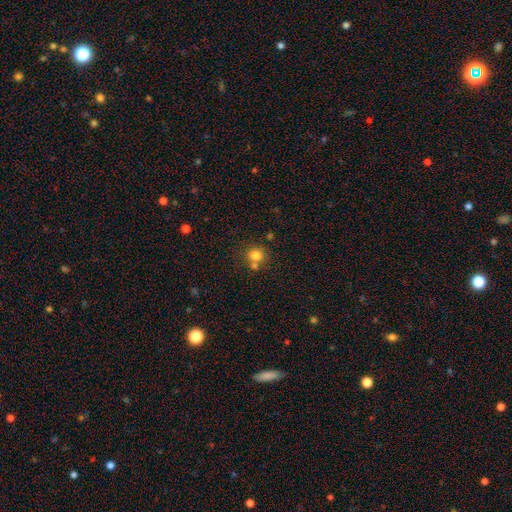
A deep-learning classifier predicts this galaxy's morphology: smooth-or-featured: smooth: 79% | star or artifact: 13% | featured or disk: 9%
  how-rounded: round: 85% | in between: 14% | cigar-shaped: 1%
  merging: none: 61% | merger: 27% | minor disturbance: 9% | major disturbance: 3%